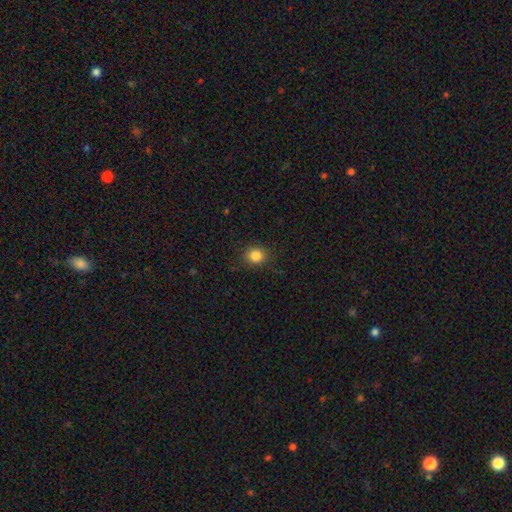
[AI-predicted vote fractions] Morphology: type=smooth (84%); roundness=round (81%); merging=none (88%).